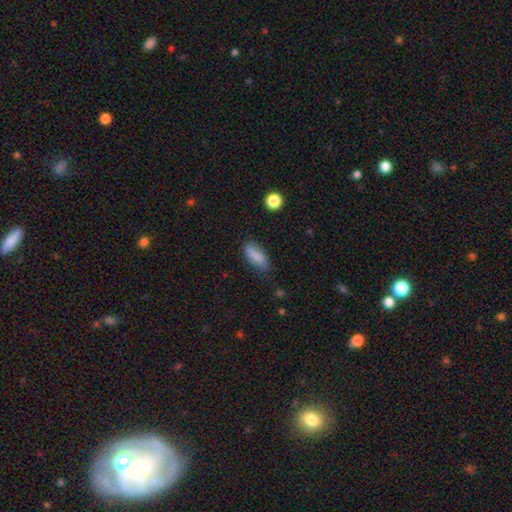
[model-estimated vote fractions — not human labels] Smooth or featured?
  - smooth: 82% *
  - featured or disk: 10%
  - star or artifact: 8%
How rounded?
  - in between: 78% *
  - cigar-shaped: 19%
  - round: 3%
Merging?
  - none: 66% *
  - minor disturbance: 26%
  - major disturbance: 6%
  - merger: 3%